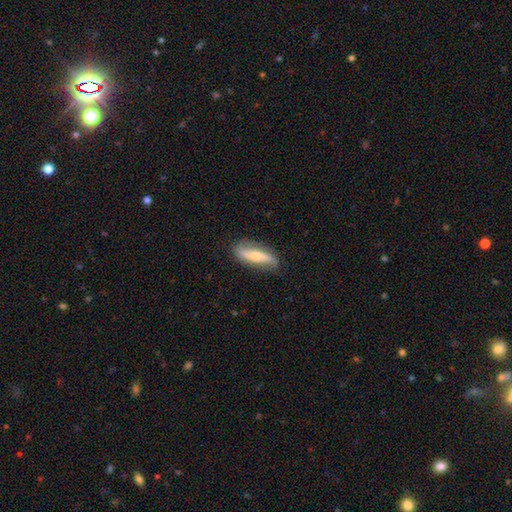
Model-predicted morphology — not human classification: smooth_or_featured: featured or disk (p=0.62) [alt: smooth p=0.32]
disk_edge_on: no (p=0.71) [alt: yes p=0.29]
merging: none (p=0.79) [alt: minor disturbance p=0.16]